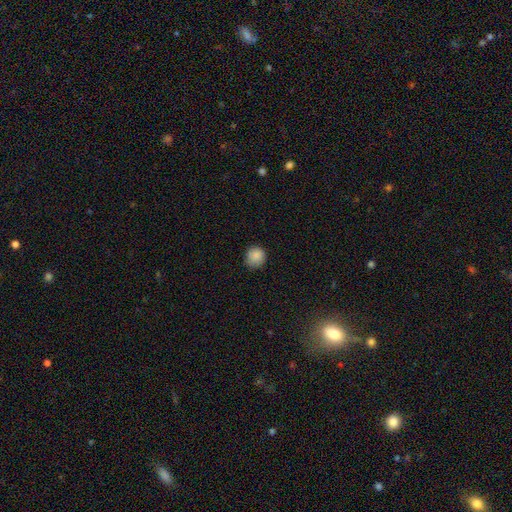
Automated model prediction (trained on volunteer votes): Overall: smooth (87%). How rounded: round (88%). Merging: none (79%).